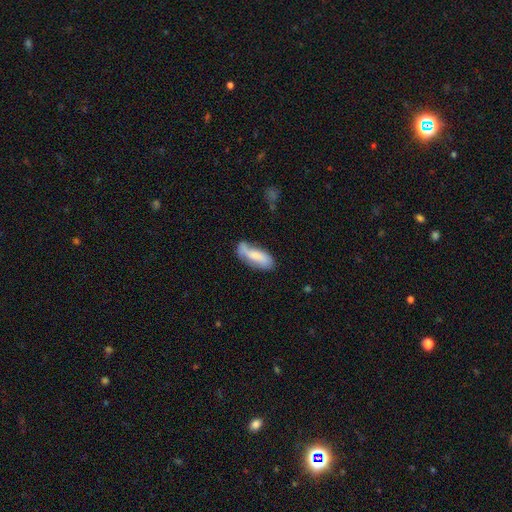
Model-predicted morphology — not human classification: Smooth or featured: smooth — 65% (featured or disk — 29%)
How rounded: in between — 73% (cigar-shaped — 25%)
Merging: none — 44% (minor disturbance — 31%)